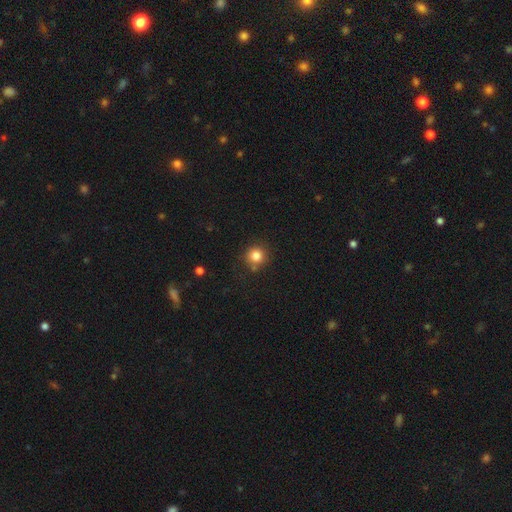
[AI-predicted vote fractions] smooth-or-featured: smooth: 82% | star or artifact: 12% | featured or disk: 6%
  how-rounded: round: 91% | in between: 8% | cigar-shaped: 1%
  merging: none: 80% | minor disturbance: 11% | merger: 6% | major disturbance: 3%